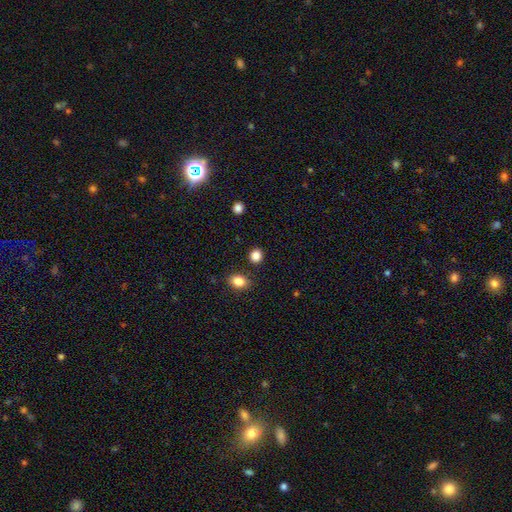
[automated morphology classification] Smooth or featured? Predicted: smooth (p=0.85). How rounded? Predicted: round (p=0.78). Merging? Predicted: none (p=0.87).